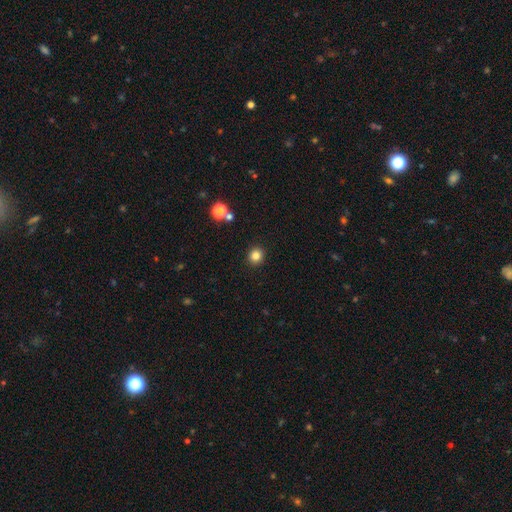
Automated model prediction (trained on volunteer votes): Overall: smooth (82%). How rounded: round (89%). Merging: none (92%).